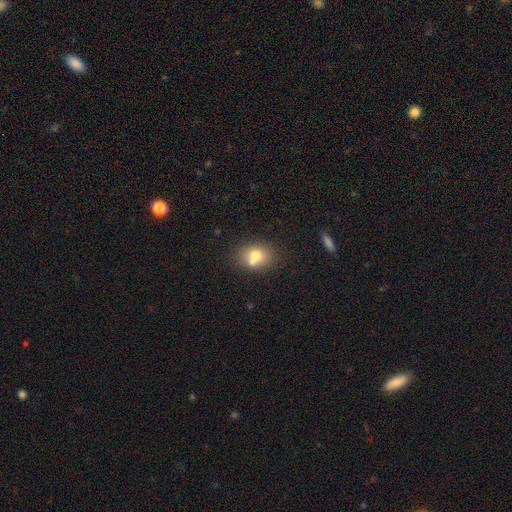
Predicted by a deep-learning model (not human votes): Overall: smooth (71%). How rounded: in between (50%; round 49%). Merging: none (56%; merger 28%).